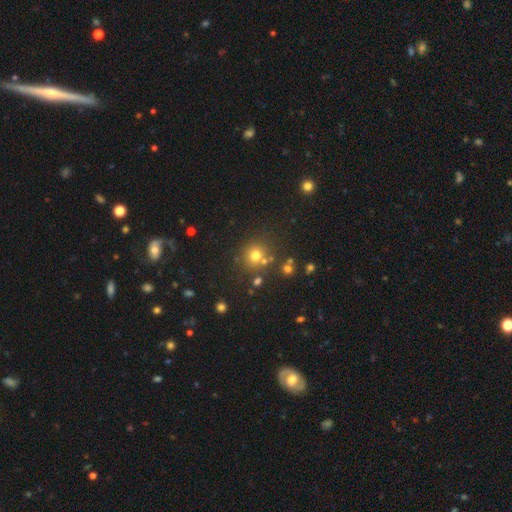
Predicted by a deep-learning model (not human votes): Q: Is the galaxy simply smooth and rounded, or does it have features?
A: smooth — 71%.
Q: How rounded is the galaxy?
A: round — 90%.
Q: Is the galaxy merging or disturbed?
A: none — 75%.